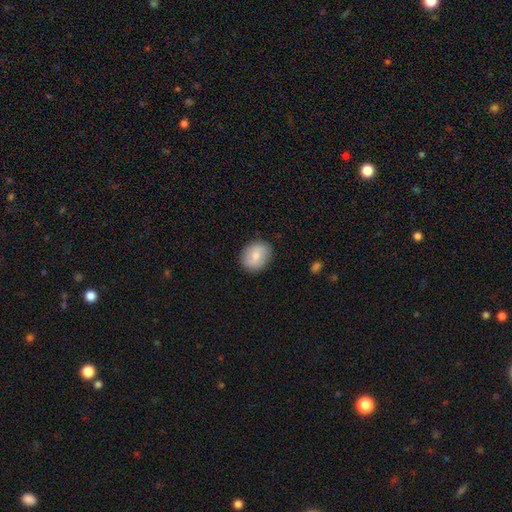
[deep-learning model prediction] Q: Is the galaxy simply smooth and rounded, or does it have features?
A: smooth — 75%.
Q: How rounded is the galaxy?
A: round — 57%.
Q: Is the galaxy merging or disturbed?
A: none — 87%.